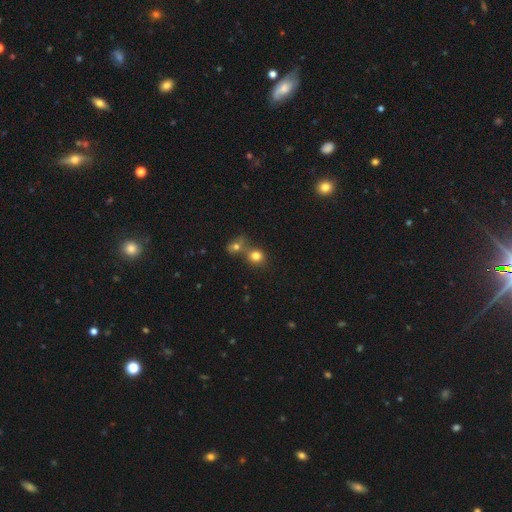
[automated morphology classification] This is likely a smooth galaxy (78%). How rounded: clearly round (80%). Merging: possibly none (47%).